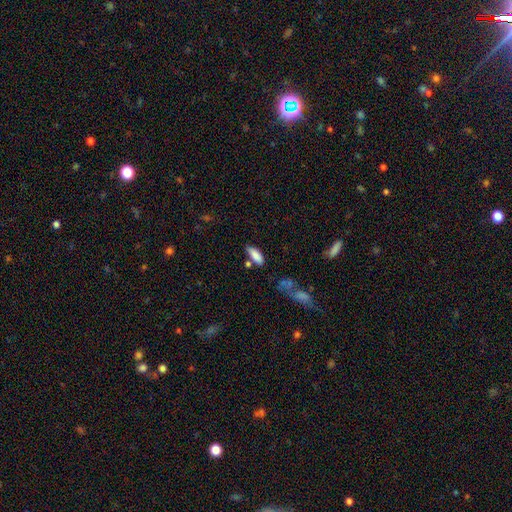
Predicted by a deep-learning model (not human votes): Smooth or featured? Predicted: smooth (p=0.85). How rounded? Predicted: in between (p=0.75). Merging? Predicted: none (p=0.66).